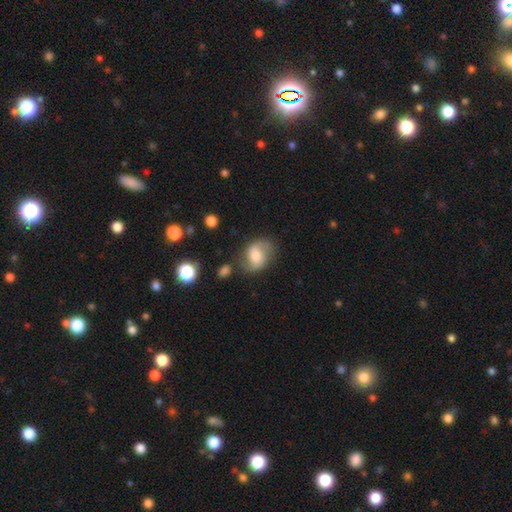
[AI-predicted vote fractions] Morphology: type=featured or disk (53%); edge-on=no (97%); bar=no (43%, tied with weak); spiral arms=yes (86%); bulge=moderate (58%); merging=none (66%).